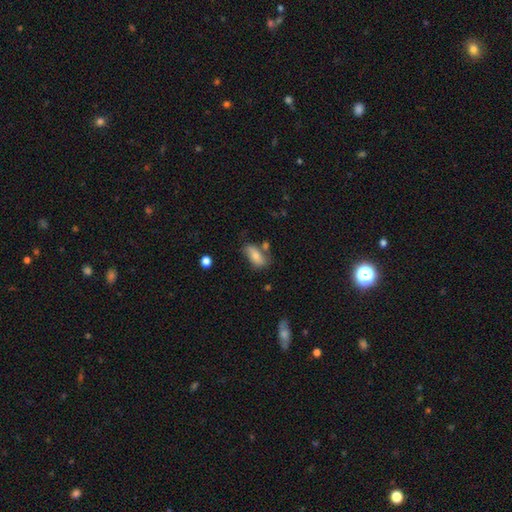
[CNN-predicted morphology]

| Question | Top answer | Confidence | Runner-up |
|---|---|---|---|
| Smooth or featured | smooth | 75% | featured or disk (18%) |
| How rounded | in between | 85% | cigar-shaped (11%) |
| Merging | none | 58% | minor disturbance (23%) |